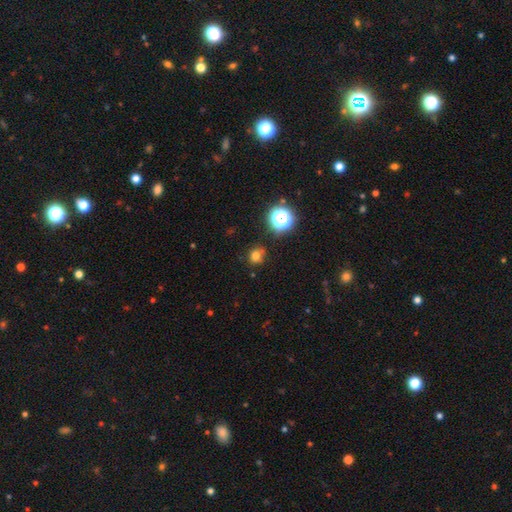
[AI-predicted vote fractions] smooth 73%, star or artifact 20%, featured or disk 7%. Down the decision tree: how rounded — round (81%); merging — none (73%).